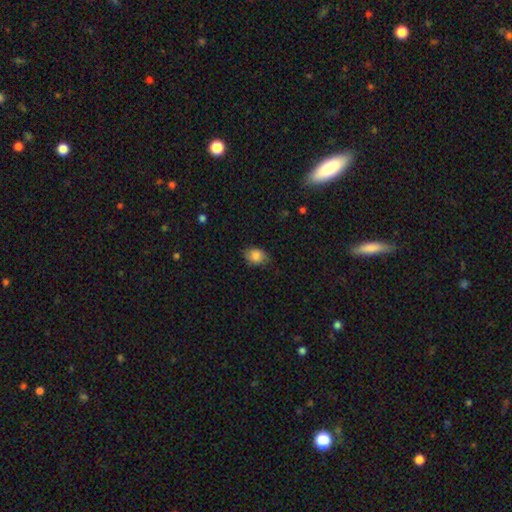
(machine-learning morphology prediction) smooth 85%, star or artifact 8%, featured or disk 7%. Down the decision tree: how rounded — in between (70%); merging — none (74%).